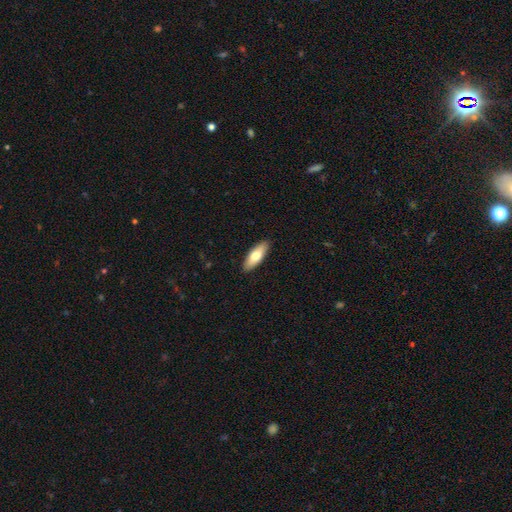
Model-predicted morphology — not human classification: type=smooth (72%); roundness=in between (66%); merging=none (90%).